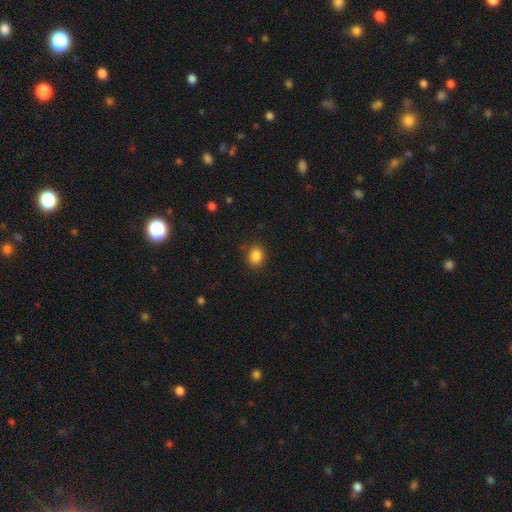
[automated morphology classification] A smooth galaxy with no disk features (86%) that is round (62%). Merging: none (84%).